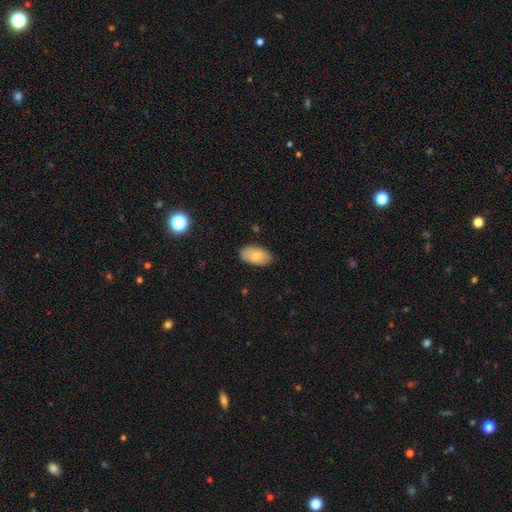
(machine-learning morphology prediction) Smooth or featured? Predicted: smooth (p=0.77). How rounded? Predicted: in between (p=0.94). Merging? Predicted: none (p=0.82).